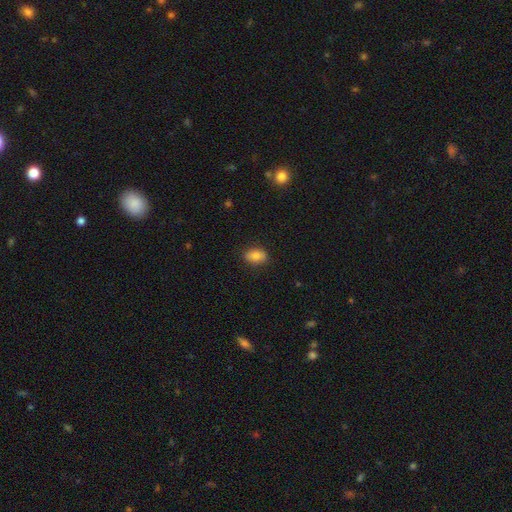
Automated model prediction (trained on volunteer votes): smooth 84%, star or artifact 9%, featured or disk 7%. Down the decision tree: how rounded — in between (84%); merging — none (86%).